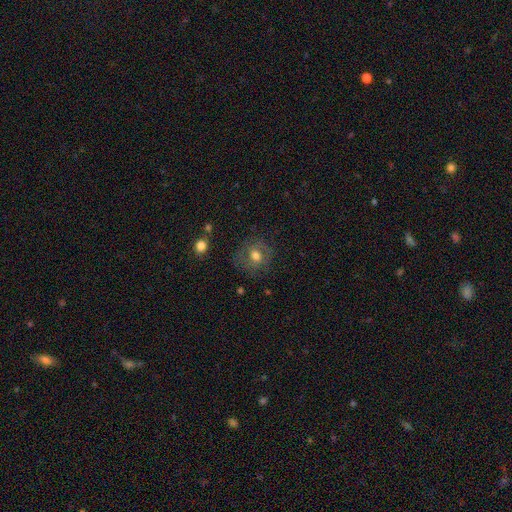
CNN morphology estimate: This appears to be a smooth galaxy with no disk features (57%) that is round (78%). Merging: none (74%).